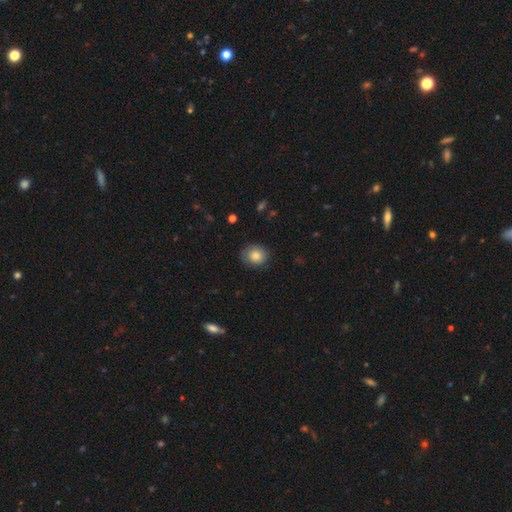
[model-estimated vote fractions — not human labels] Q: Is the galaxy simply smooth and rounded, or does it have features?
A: smooth — 79%.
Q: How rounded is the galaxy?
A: round — 75%.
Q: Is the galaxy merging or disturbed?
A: none — 80%.